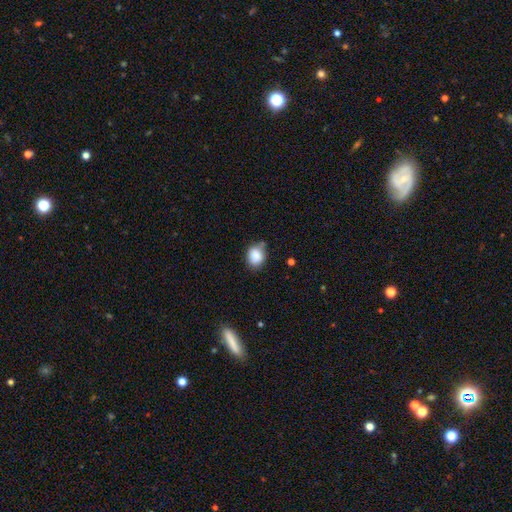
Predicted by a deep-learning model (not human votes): This appears to be a smooth galaxy with no disk features (87%) that is round (53%). Merging: none (67%).